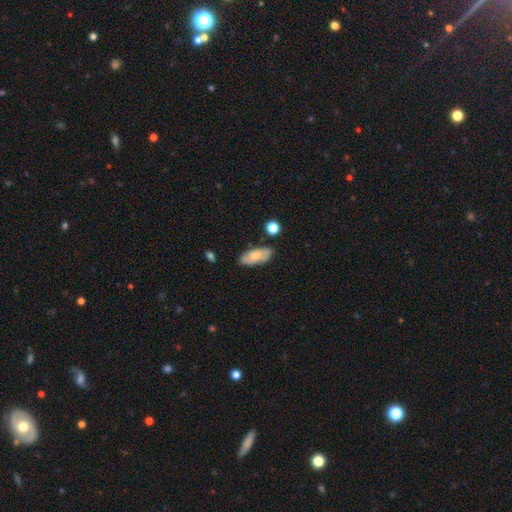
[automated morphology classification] smooth_or_featured: smooth (p=0.68) [alt: featured or disk p=0.26]
how_rounded: in between (p=0.85) [alt: cigar-shaped p=0.13]
merging: none (p=0.78) [alt: minor disturbance p=0.15]